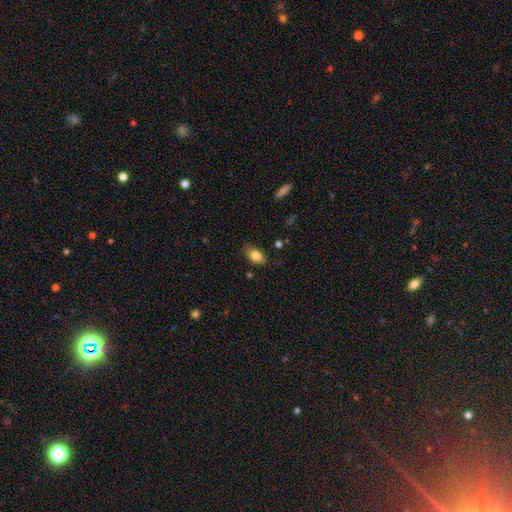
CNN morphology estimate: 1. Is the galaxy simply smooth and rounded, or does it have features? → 81% smooth, 11% featured or disk, 8% star or artifact.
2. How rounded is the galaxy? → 86% in between, 11% round, 3% cigar-shaped.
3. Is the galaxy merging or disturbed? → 75% none, 20% minor disturbance, 4% major disturbance, 2% merger.